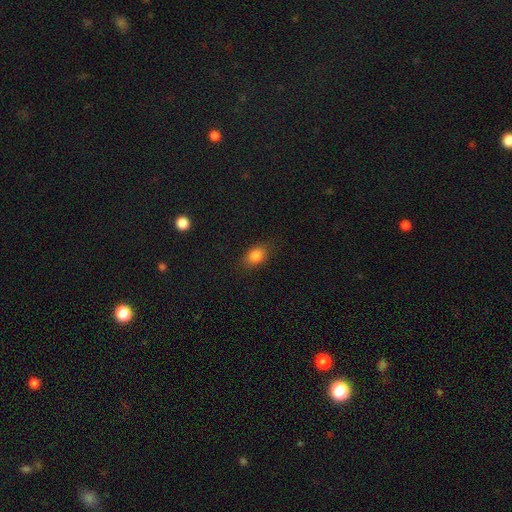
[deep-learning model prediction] Smooth or featured: smooth — 84% (star or artifact — 10%)
How rounded: in between — 77% (round — 21%)
Merging: none — 83% (minor disturbance — 13%)